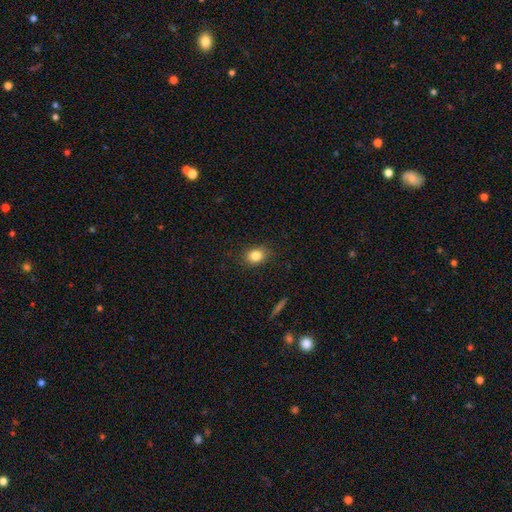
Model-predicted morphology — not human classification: Overall: smooth (83%). How rounded: in between (52%; round 47%). Merging: none (86%).